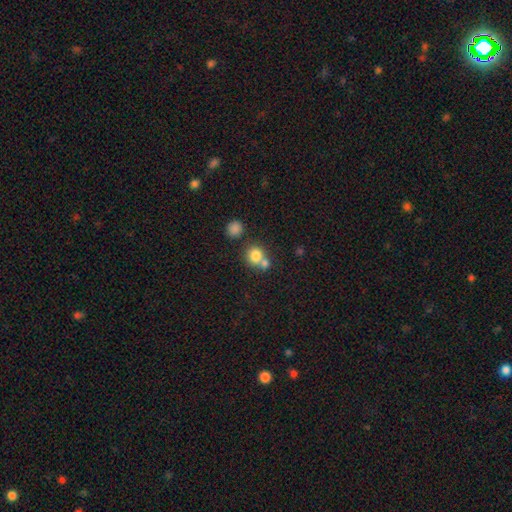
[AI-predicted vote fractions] Smooth or featured?
  - smooth: 79% *
  - star or artifact: 12%
  - featured or disk: 10%
How rounded?
  - round: 84% *
  - in between: 15%
  - cigar-shaped: 1%
Merging?
  - none: 48% *
  - merger: 41%
  - minor disturbance: 8%
  - major disturbance: 3%